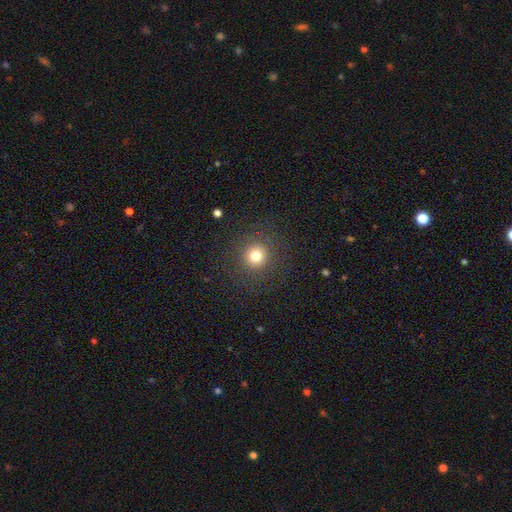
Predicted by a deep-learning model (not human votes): This is likely a smooth galaxy (76%). How rounded: clearly round (94%). Merging: clearly none (89%).